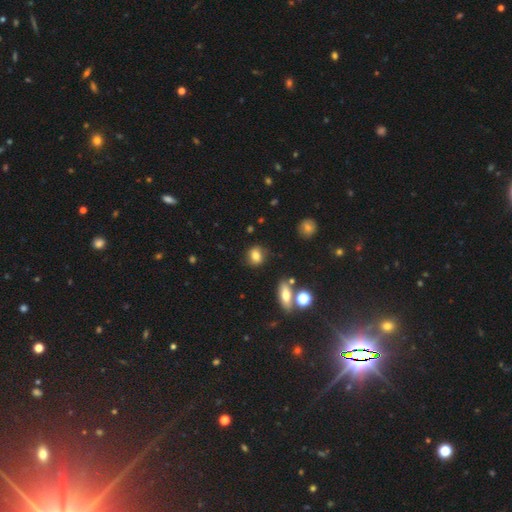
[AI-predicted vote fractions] This is clearly a smooth galaxy (80%). How rounded: possibly round (59%). Merging: clearly none (81%).